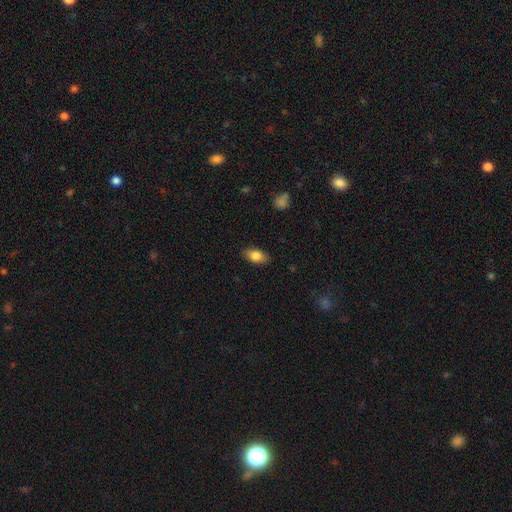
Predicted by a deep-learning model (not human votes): Overall: smooth (84%). How rounded: in between (91%). Merging: none (87%).